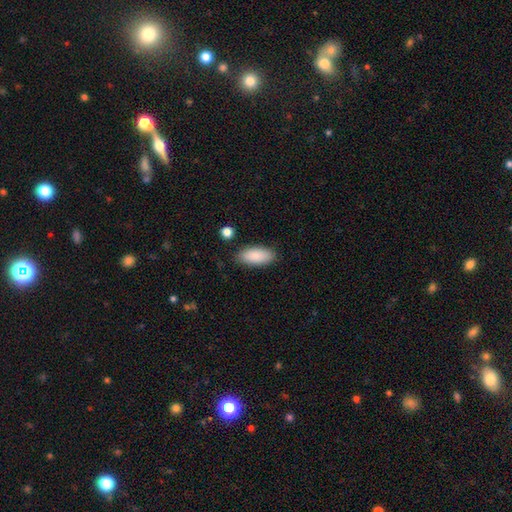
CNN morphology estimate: Smooth or featured? smooth (88%)
How rounded? in between (88%)
Merging? none (84%)